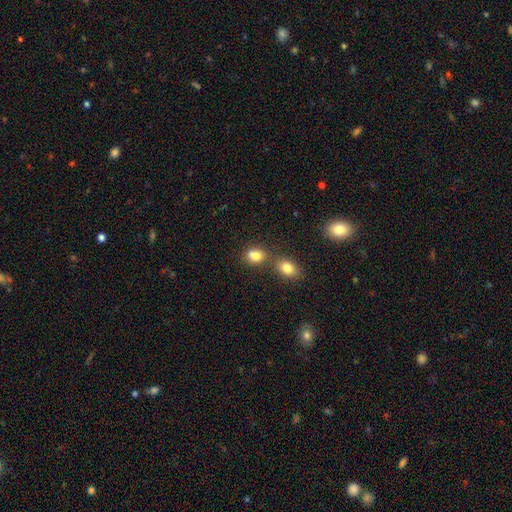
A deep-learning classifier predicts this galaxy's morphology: A smooth galaxy with no disk features (80%) that is in between round and cigar-shaped (55%).

Vote fractions:
- Smooth or featured? smooth: 80% / star or artifact: 11% / featured or disk: 8%
- How rounded? in between: 55% / round: 44% / cigar-shaped: 1%
- Merging? none: 46% / merger: 38% / minor disturbance: 11% / major disturbance: 4%